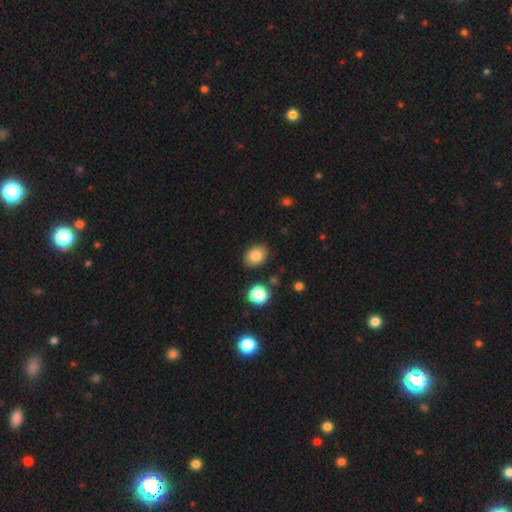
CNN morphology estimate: Smooth or featured?
  - smooth: 83% *
  - star or artifact: 9%
  - featured or disk: 8%
How rounded?
  - in between: 62% *
  - round: 37%
  - cigar-shaped: 1%
Merging?
  - none: 85% *
  - minor disturbance: 10%
  - merger: 3%
  - major disturbance: 2%